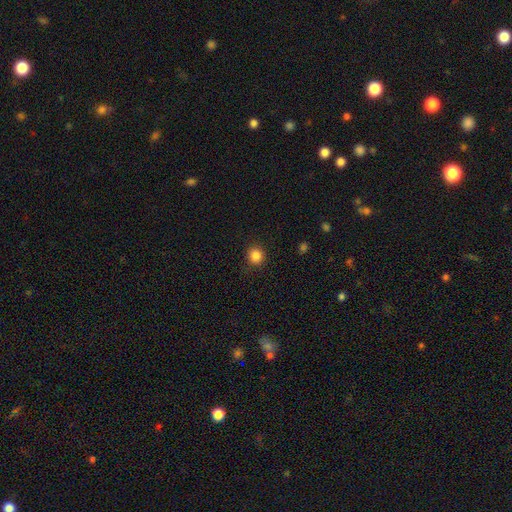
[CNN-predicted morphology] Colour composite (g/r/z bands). It shows a smooth galaxy with no disk features (85%) that is round (90%). Merging: none (89%).